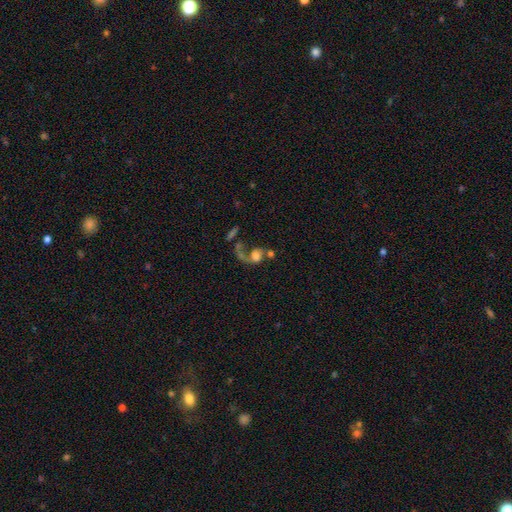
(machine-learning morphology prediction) This appears to be a smooth galaxy with no disk features (48%). Merging: merger (40%).